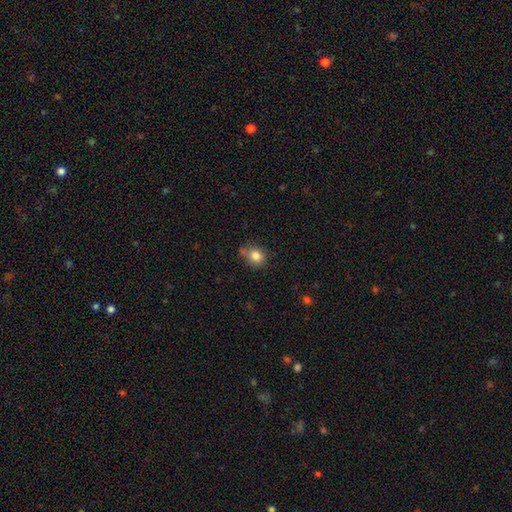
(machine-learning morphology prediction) Q: Smooth or featured?
A: smooth (82%); runner-up: star or artifact (11%)
Q: How rounded?
A: round (67%); runner-up: in between (32%)
Q: Merging?
A: none (66%); runner-up: minor disturbance (22%)